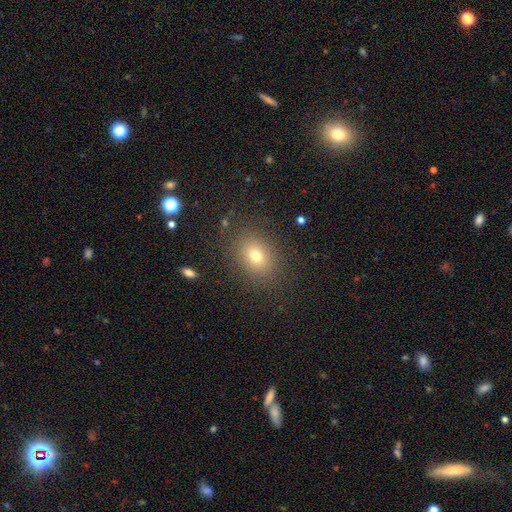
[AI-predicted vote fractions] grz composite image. It shows a smooth galaxy with no disk features (73%) that is in between round and cigar-shaped (58%). Merging: none (84%).